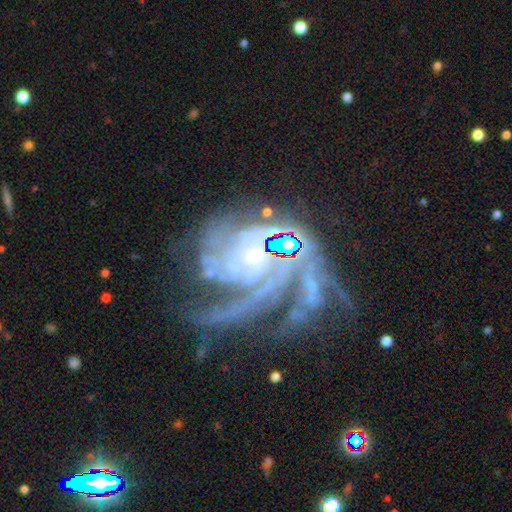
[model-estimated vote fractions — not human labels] Smooth or featured: featured or disk — 85% (star or artifact — 10%)
Edge-on disk: no — 98% (yes — 2%)
Bar: no — 64% (weak — 24%)
Spiral arms: yes — 97% (no — 3%)
Spiral winding: tight — 58% (medium — 33%)
Spiral arm count: 3 — 27% (can't tell — 19%)
Bulge size: small — 74% (moderate — 13%)
Merging: none — 41% (major disturbance — 28%)